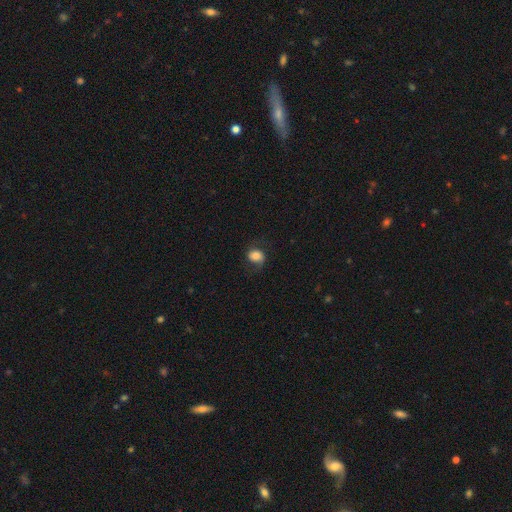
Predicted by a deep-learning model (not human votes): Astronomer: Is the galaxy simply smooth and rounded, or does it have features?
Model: smooth — 66%.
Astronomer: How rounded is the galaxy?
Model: round — 50% (runner-up: in between, 48%).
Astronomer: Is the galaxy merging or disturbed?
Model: none — 68%.